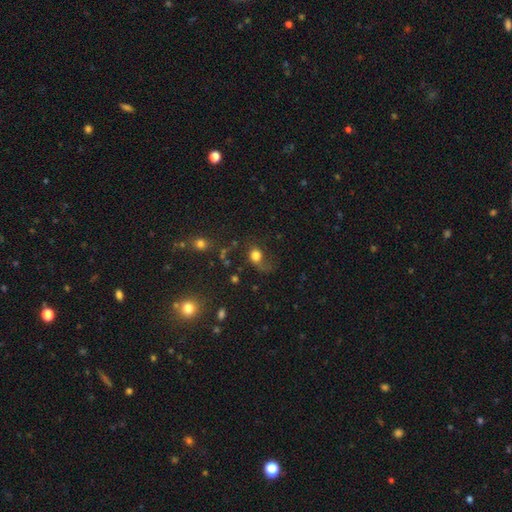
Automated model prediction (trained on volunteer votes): Smooth or featured? Predicted: smooth (p=0.73). How rounded? Predicted: round (p=0.62). Merging? Predicted: none (p=0.42).